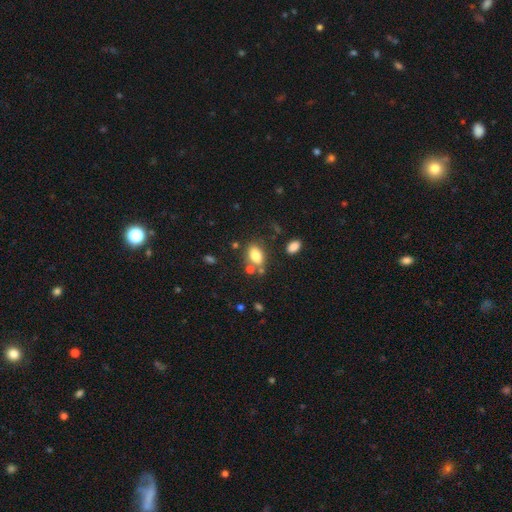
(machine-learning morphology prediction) Smooth or featured: smooth — 82% (star or artifact — 9%)
How rounded: in between — 86% (round — 11%)
Merging: none — 66% (merger — 15%)